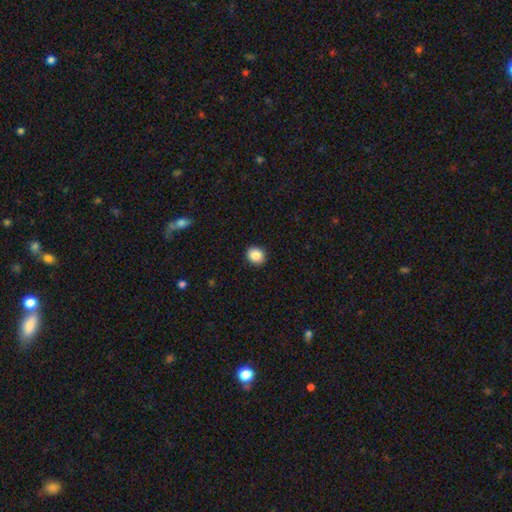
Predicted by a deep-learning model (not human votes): Smooth or featured? Predicted: smooth (p=0.87). How rounded? Predicted: round (p=0.75). Merging? Predicted: none (p=0.91).